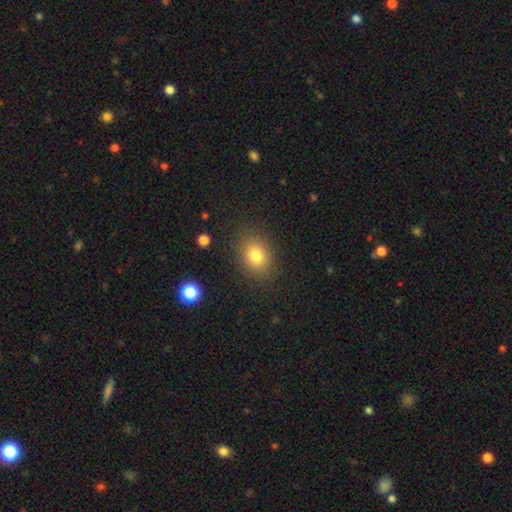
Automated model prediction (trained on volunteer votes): Smooth or featured? Predicted: smooth (p=0.79). How rounded? Predicted: in between (p=0.58). Merging? Predicted: none (p=0.85).